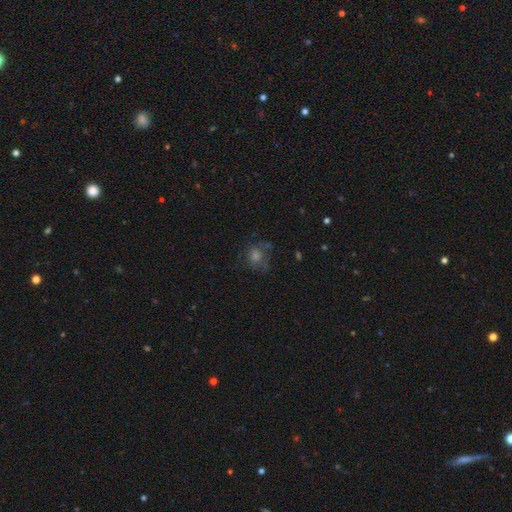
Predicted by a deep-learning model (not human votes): Smooth or featured? Predicted: smooth (p=0.45). Merging? Predicted: none (p=0.63).